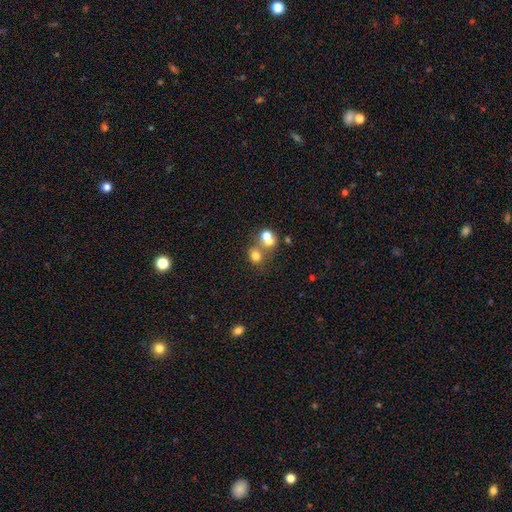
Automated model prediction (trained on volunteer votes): The model was most divided on "merging": merger: 46%, none: 42%, minor disturbance: 8%, major disturbance: 4%. More confident: how rounded — round (71%); smooth or featured — smooth (71%).